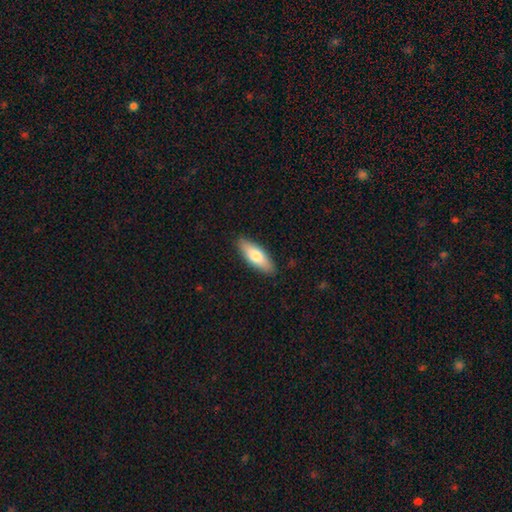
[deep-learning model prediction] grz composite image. It shows a smooth galaxy with no disk features (74%) that is in between round and cigar-shaped (64%). Merging: none (88%).